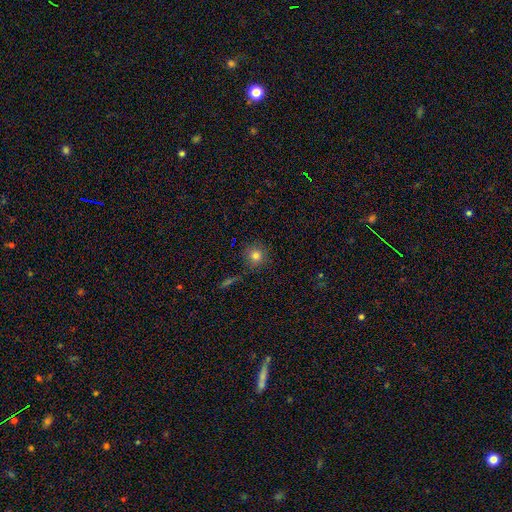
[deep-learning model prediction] Smooth or featured?
  - smooth: 78% *
  - star or artifact: 14%
  - featured or disk: 7%
How rounded?
  - round: 93% *
  - in between: 6%
  - cigar-shaped: 1%
Merging?
  - none: 85% *
  - minor disturbance: 9%
  - major disturbance: 3%
  - merger: 3%